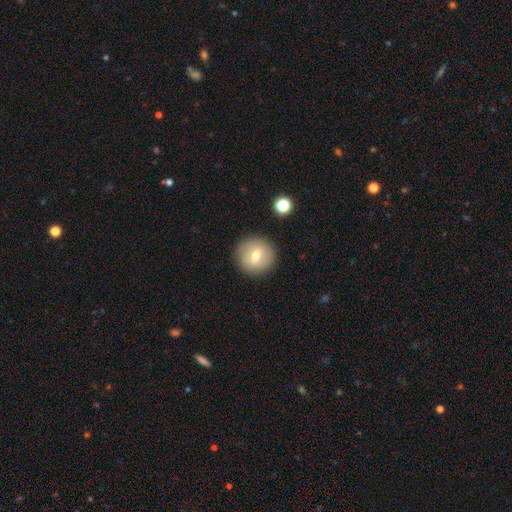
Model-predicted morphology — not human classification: Smooth or featured?
  - smooth: 62% *
  - featured or disk: 29%
  - star or artifact: 9%
How rounded?
  - round: 91% *
  - in between: 8%
  - cigar-shaped: 1%
Merging?
  - none: 87% *
  - minor disturbance: 8%
  - major disturbance: 3%
  - merger: 2%